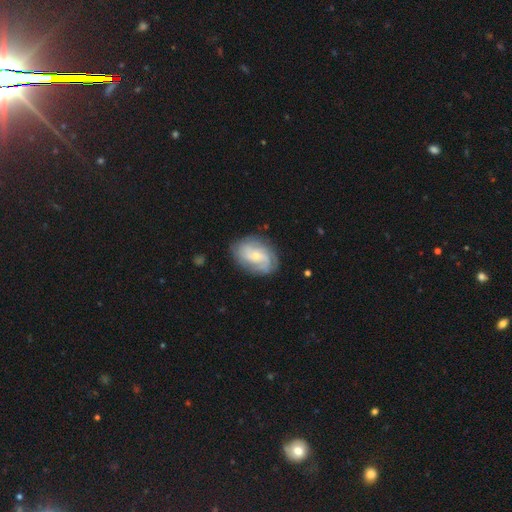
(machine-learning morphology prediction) featured or disk 79%, smooth 16%, star or artifact 6%. Down the decision tree: edge-on disk — no (97%); bar — no (64%); spiral arms — yes (94%); spiral arm count — can't tell (31%); spiral winding — tight (54%); bulge size — small (67%); merging — none (78%).